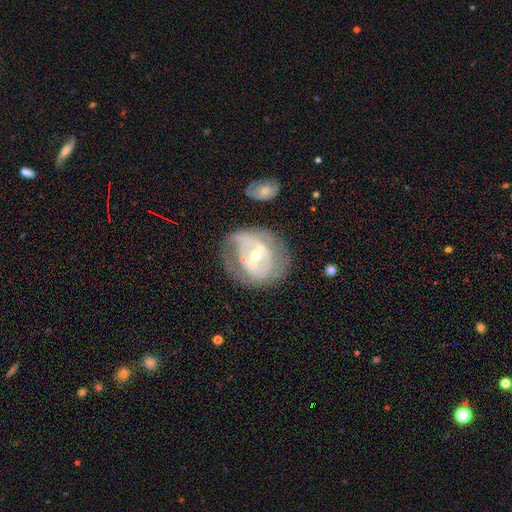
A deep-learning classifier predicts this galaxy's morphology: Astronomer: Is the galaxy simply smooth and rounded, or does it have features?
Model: featured or disk — 75%.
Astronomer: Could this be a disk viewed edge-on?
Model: no — 95%.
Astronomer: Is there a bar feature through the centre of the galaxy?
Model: strong — 40% (runner-up: weak, 39%).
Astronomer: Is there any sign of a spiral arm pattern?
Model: yes — 55% (runner-up: no, 45%).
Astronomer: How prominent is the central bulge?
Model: small — 49% (runner-up: moderate, 47%).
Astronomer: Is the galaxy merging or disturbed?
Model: none — 58%.